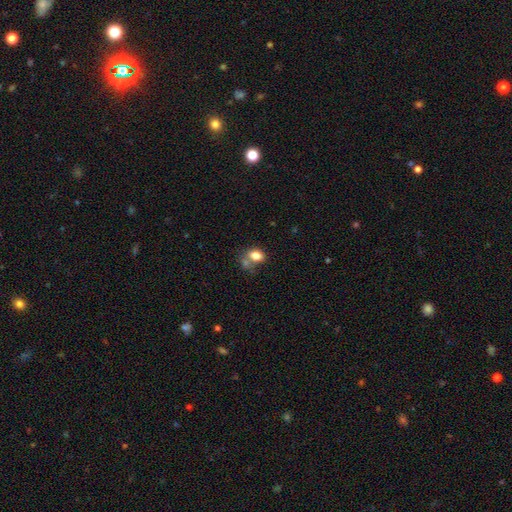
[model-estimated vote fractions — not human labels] This appears to be a smooth galaxy with no disk features (80%) that is in between round and cigar-shaped (73%). Merging: none (43%).